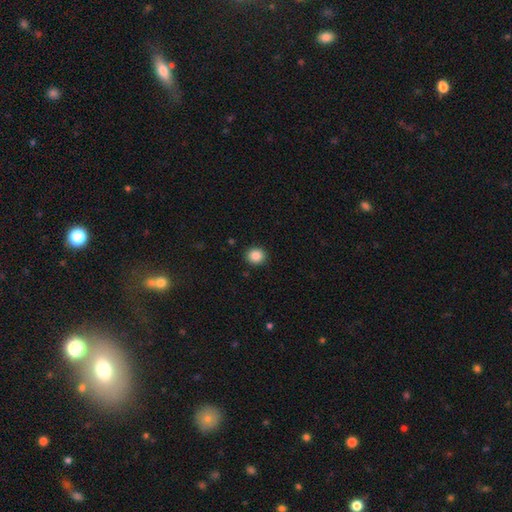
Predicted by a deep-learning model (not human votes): Smooth or featured: smooth — 87% (star or artifact — 10%)
How rounded: round — 86% (in between — 13%)
Merging: none — 91% (minor disturbance — 6%)